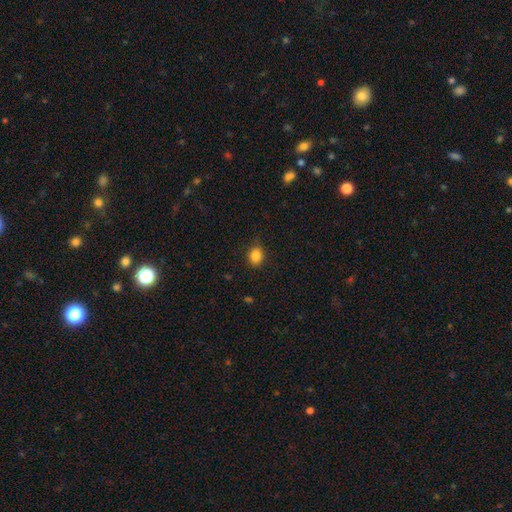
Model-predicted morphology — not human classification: Overall: smooth (85%). How rounded: in between (51%; round 48%). Merging: none (80%).